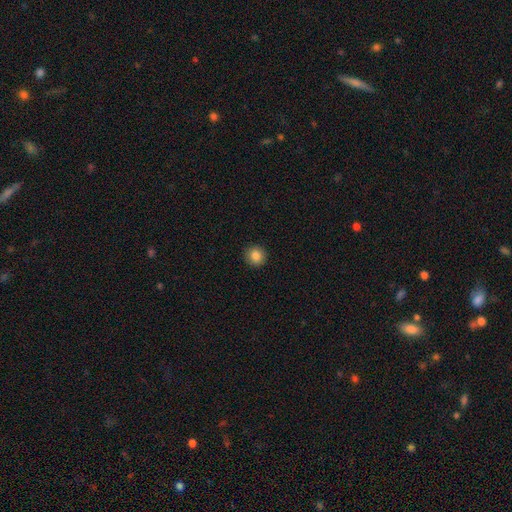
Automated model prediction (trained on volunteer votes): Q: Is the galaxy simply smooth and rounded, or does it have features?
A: smooth — 86%.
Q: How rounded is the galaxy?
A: round — 92%.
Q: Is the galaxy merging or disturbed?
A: none — 92%.